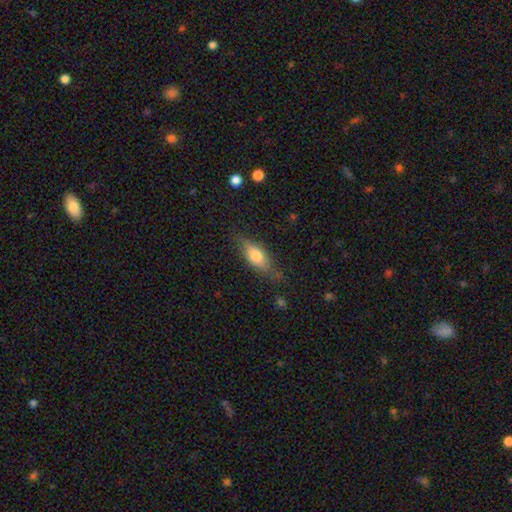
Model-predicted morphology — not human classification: A smooth galaxy with no disk features (66%) that is in between round and cigar-shaped (72%). Merging: none (70%).